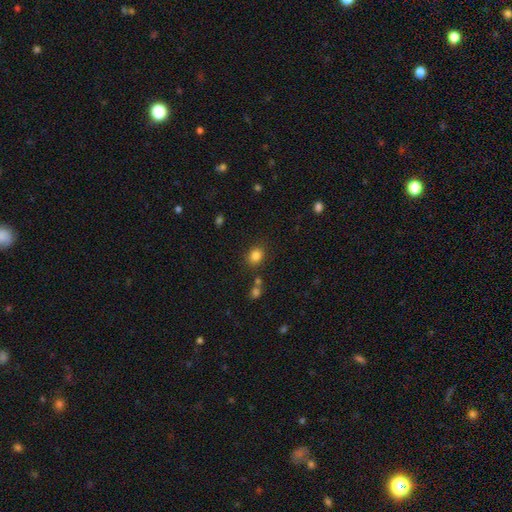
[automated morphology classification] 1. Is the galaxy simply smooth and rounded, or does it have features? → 83% smooth, 12% star or artifact, 6% featured or disk.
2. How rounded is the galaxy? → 58% round, 41% in between, 1% cigar-shaped.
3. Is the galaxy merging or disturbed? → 81% none, 10% minor disturbance, 5% merger, 3% major disturbance.